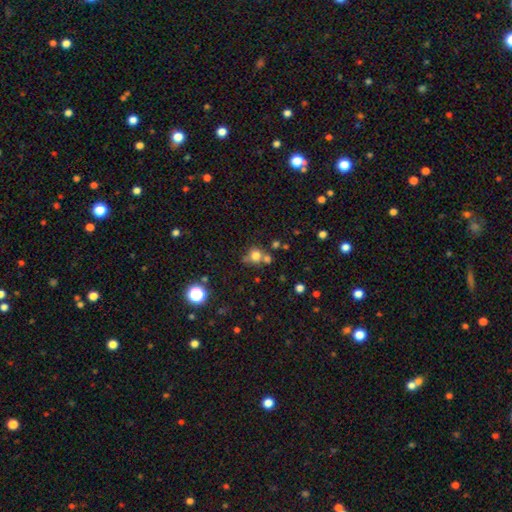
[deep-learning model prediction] Smooth or featured?
  - smooth: 75% *
  - star or artifact: 16%
  - featured or disk: 9%
How rounded?
  - round: 86% *
  - in between: 13%
  - cigar-shaped: 1%
Merging?
  - none: 55% *
  - merger: 27%
  - minor disturbance: 13%
  - major disturbance: 5%